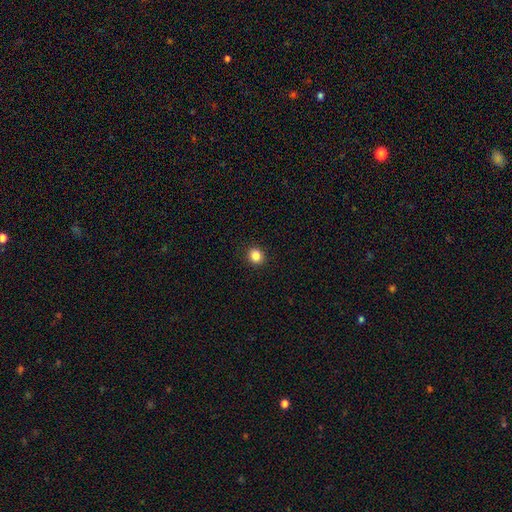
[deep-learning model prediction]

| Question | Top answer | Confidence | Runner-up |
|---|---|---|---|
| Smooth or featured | smooth | 85% | star or artifact (11%) |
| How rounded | round | 81% | in between (18%) |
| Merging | none | 92% | minor disturbance (5%) |